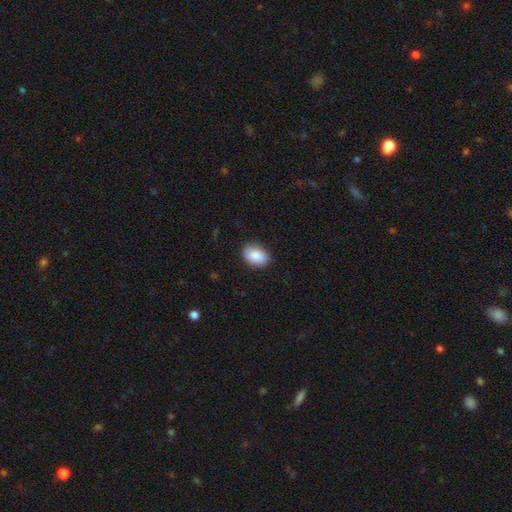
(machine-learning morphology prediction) smooth-or-featured: smooth: 88% | star or artifact: 7% | featured or disk: 5%
  how-rounded: in between: 84% | round: 15% | cigar-shaped: 1%
  merging: none: 85% | minor disturbance: 12% | major disturbance: 2% | merger: 1%